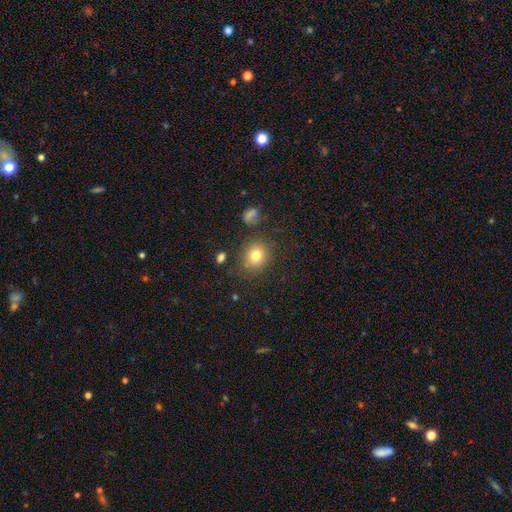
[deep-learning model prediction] A smooth galaxy with no disk features (78%) that is round (75%). Merging: none (81%).